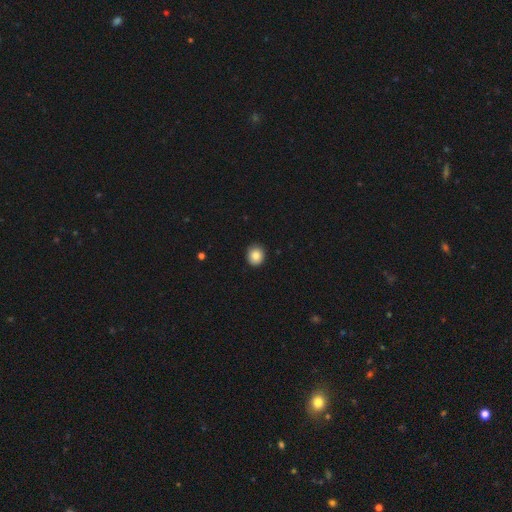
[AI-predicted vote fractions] Smooth or featured: smooth — 85% (star or artifact — 9%)
How rounded: round — 83% (in between — 16%)
Merging: none — 90% (minor disturbance — 8%)